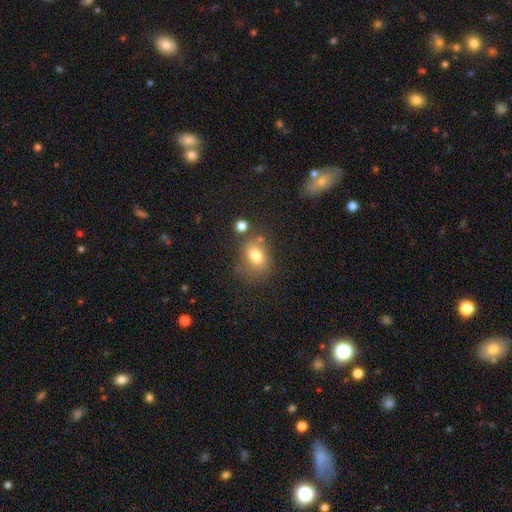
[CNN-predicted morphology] smooth 77%, featured or disk 12%, star or artifact 11%. Down the decision tree: how rounded — in between (62%); merging — none (56%).